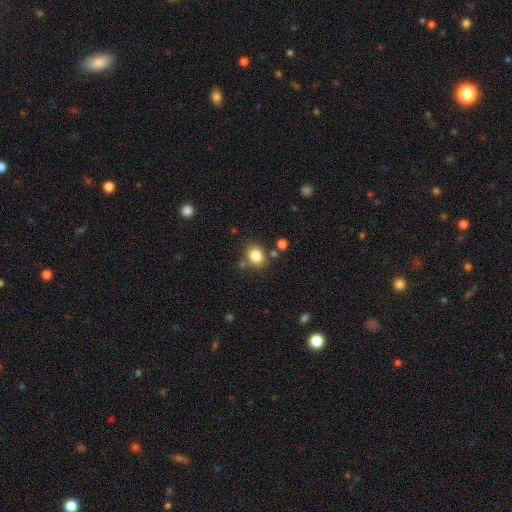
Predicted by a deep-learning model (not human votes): Smooth or featured?
  - smooth: 82% *
  - star or artifact: 11%
  - featured or disk: 7%
How rounded?
  - round: 66% *
  - in between: 34%
  - cigar-shaped: 1%
Merging?
  - none: 77% *
  - minor disturbance: 11%
  - merger: 8%
  - major disturbance: 4%